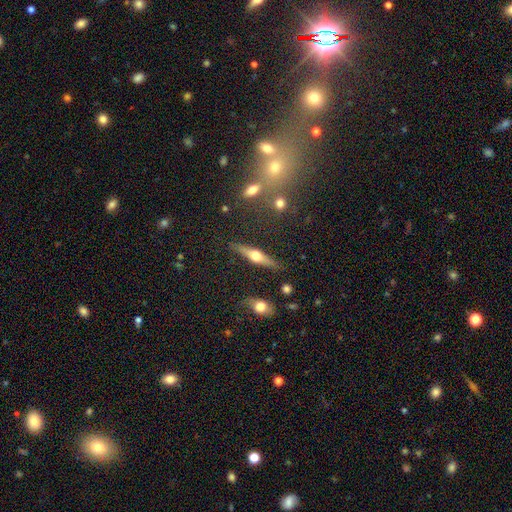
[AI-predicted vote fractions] Overall: featured or disk (70%). Edge-on disk: yes (96%). Edge-on bulge: rounded (94%). Merging: none (86%).